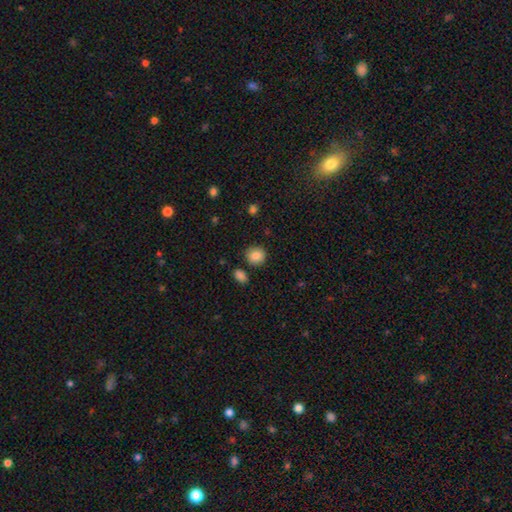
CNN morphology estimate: Smooth or featured?
  - smooth: 86% *
  - star or artifact: 8%
  - featured or disk: 5%
How rounded?
  - round: 84% *
  - in between: 15%
  - cigar-shaped: 1%
Merging?
  - none: 85% *
  - minor disturbance: 9%
  - merger: 4%
  - major disturbance: 2%